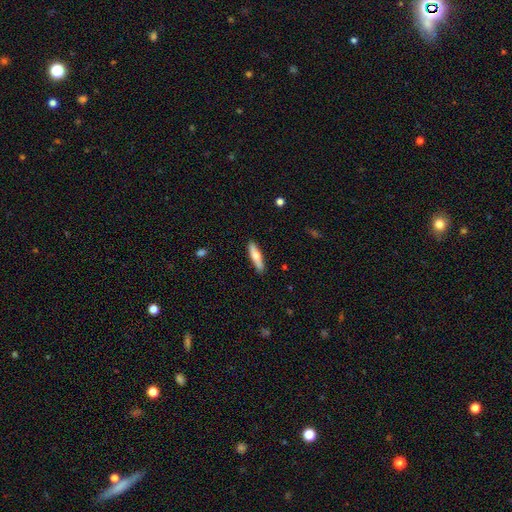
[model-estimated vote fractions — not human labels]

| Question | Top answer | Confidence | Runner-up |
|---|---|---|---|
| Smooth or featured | smooth | 63% | featured or disk (32%) |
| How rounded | cigar-shaped | 78% | in between (21%) |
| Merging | none | 88% | minor disturbance (9%) |